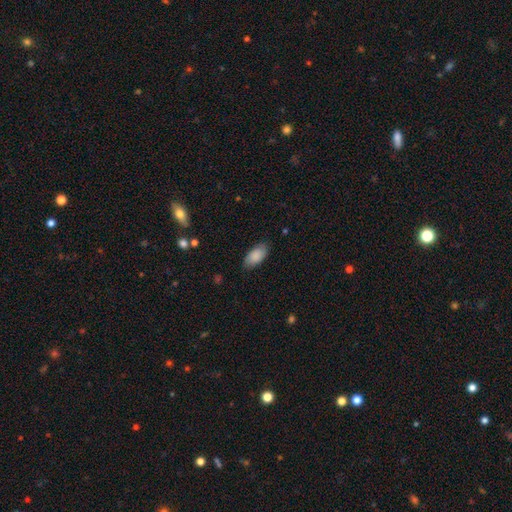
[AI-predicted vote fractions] Morphology: type=smooth (87%); roundness=in between (93%); merging=none (82%).